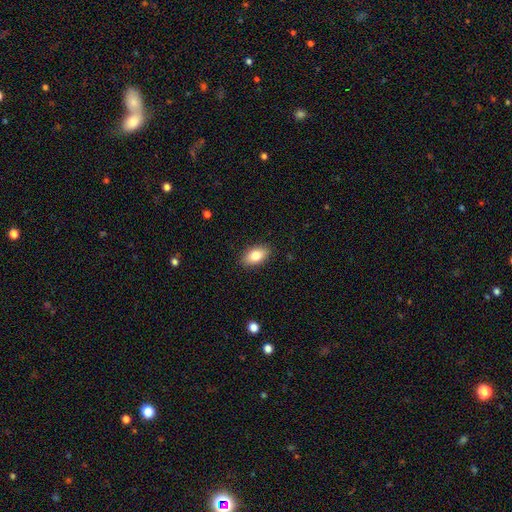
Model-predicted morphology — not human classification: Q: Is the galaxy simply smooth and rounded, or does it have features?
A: smooth — 82%.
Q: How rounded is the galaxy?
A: in between — 91%.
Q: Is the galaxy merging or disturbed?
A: none — 88%.